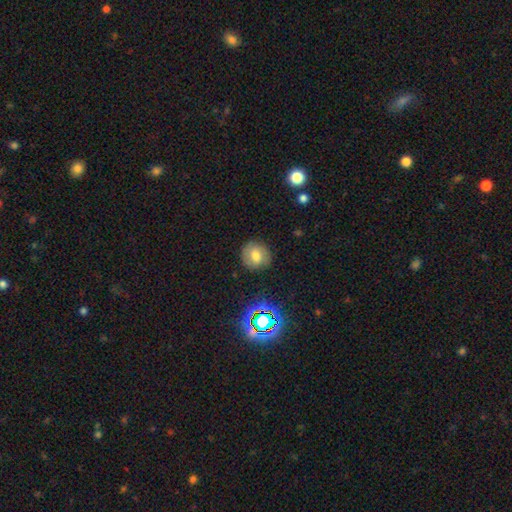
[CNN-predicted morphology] smooth-or-featured: smooth: 64% | featured or disk: 21% | star or artifact: 15%
  how-rounded: round: 83% | in between: 16% | cigar-shaped: 1%
  merging: none: 84% | minor disturbance: 11% | major disturbance: 3% | merger: 2%